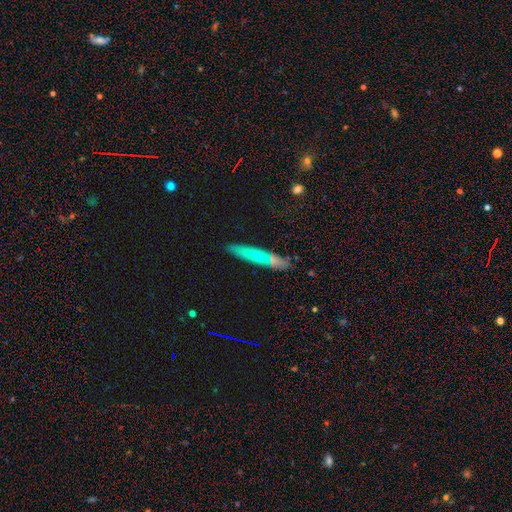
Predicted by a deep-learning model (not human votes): The model was most divided on "smooth or featured": smooth: 53%, featured or disk: 37%, star or artifact: 9%. More confident: how rounded — cigar-shaped (89%); merging — none (77%).